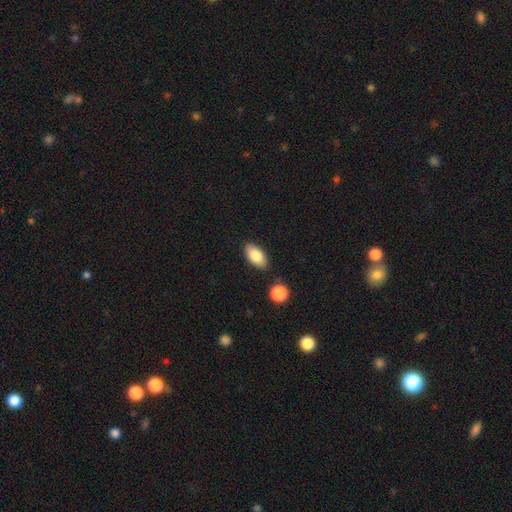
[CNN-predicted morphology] Q: Smooth or featured?
A: smooth (82%); runner-up: featured or disk (11%)
Q: How rounded?
A: in between (92%); runner-up: cigar-shaped (4%)
Q: Merging?
A: none (83%); runner-up: minor disturbance (11%)